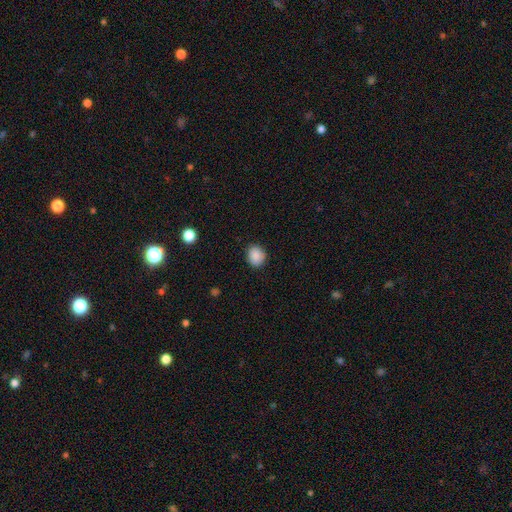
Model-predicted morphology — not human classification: smooth_or_featured: smooth (p=0.88) [alt: star or artifact p=0.09]
how_rounded: round (p=0.65) [alt: in between p=0.34]
merging: none (p=0.86) [alt: minor disturbance p=0.10]